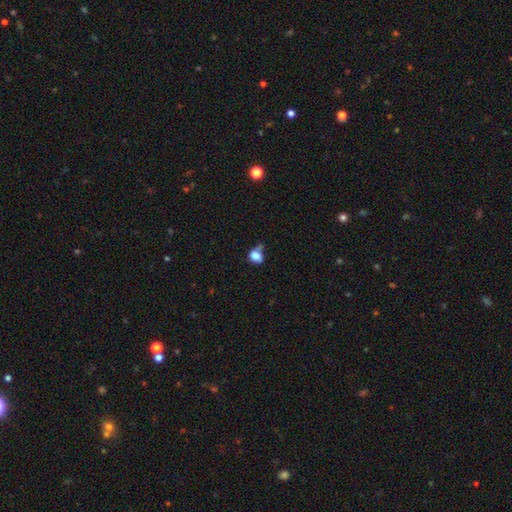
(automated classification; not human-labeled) Q: Smooth or featured?
A: smooth (80%); runner-up: star or artifact (11%)
Q: How rounded?
A: in between (64%); runner-up: round (34%)
Q: Merging?
A: none (34%); runner-up: minor disturbance (26%)